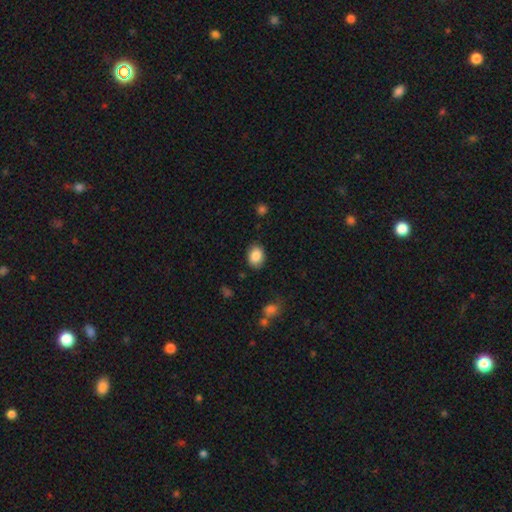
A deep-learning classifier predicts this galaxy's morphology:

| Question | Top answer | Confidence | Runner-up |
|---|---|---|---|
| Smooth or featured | smooth | 87% | star or artifact (8%) |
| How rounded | in between | 60% | round (39%) |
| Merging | none | 83% | minor disturbance (13%) |